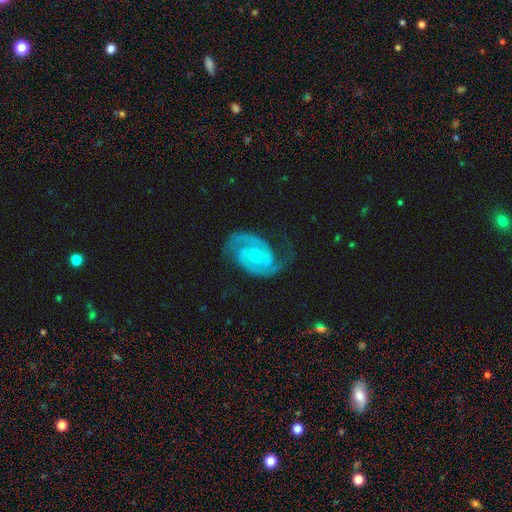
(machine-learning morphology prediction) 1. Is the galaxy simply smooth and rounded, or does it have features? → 91% featured or disk, 5% smooth, 4% star or artifact.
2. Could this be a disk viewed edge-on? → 98% no, 2% yes.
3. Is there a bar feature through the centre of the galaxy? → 47% weak, 42% no, 11% strong.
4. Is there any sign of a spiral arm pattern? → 98% yes, 2% no.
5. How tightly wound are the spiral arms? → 46% tight, 45% medium, 9% loose.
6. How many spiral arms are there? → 91% 2, 3% can't tell, 2% 3, 1% 1, 1% 4, 1% more than 4.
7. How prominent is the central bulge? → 50% moderate, 26% small, 14% none, 9% large, 1% dominant.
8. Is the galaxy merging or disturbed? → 71% none, 18% minor disturbance, 9% major disturbance, 2% merger.